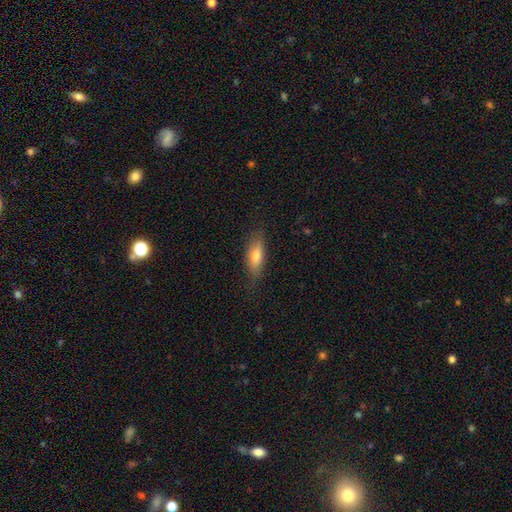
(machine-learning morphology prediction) This appears to be a smooth galaxy with no disk features (72%) that is in between round and cigar-shaped (66%). Merging: none (80%).